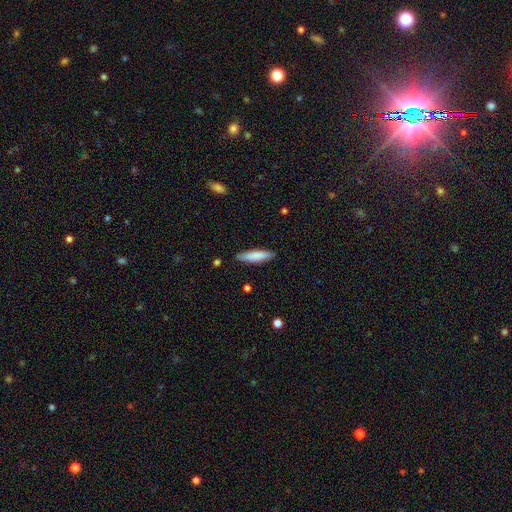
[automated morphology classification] This is clearly a smooth galaxy (81%). How rounded: likely cigar-shaped (76%). Merging: clearly none (88%).